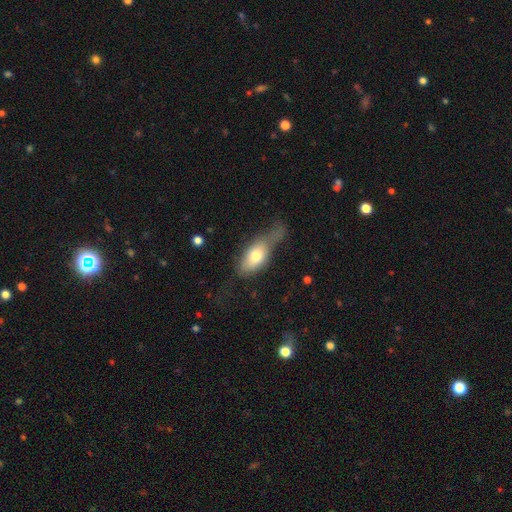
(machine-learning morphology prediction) Q: Smooth or featured?
A: smooth (70%); runner-up: featured or disk (23%)
Q: How rounded?
A: in between (86%); runner-up: cigar-shaped (9%)
Q: Merging?
A: major disturbance (36%); runner-up: minor disturbance (30%)